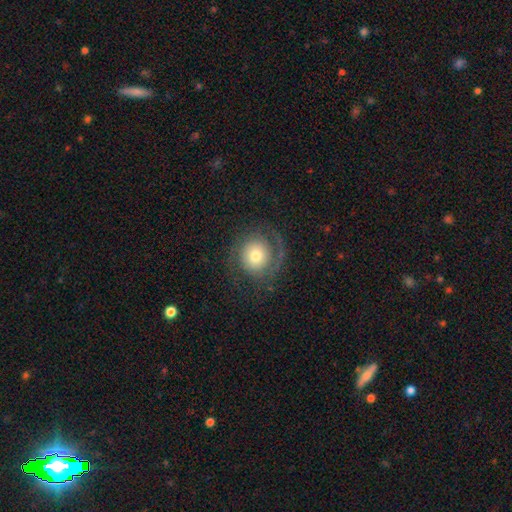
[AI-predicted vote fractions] Smooth or featured: featured or disk — 52% (smooth — 39%)
Edge-on disk: no — 97% (yes — 3%)
Bar: no — 81% (weak — 16%)
Spiral arms: yes — 81% (no — 19%)
Bulge size: moderate — 57% (small — 20%)
Merging: none — 69% (major disturbance — 16%)